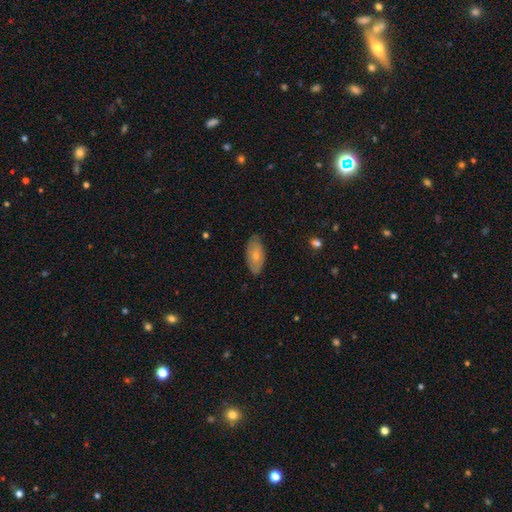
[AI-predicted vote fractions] Q: Smooth or featured?
A: smooth (66%); runner-up: featured or disk (28%)
Q: How rounded?
A: in between (92%); runner-up: cigar-shaped (5%)
Q: Merging?
A: none (80%); runner-up: minor disturbance (16%)